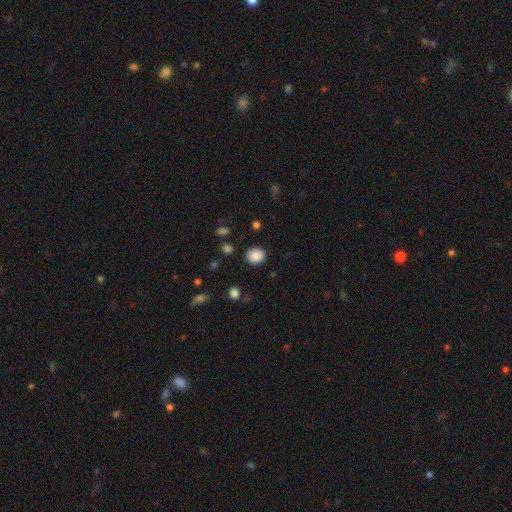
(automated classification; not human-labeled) smooth 88%, star or artifact 9%, featured or disk 3%. Down the decision tree: how rounded — round (71%); merging — none (87%).